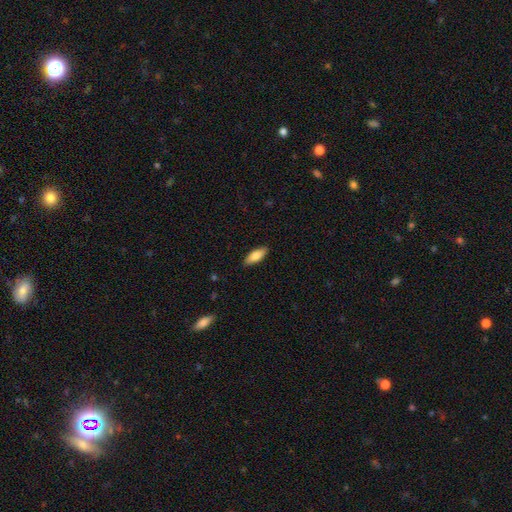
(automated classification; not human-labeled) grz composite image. It shows a smooth galaxy with no disk features (78%) that is in between round and cigar-shaped (70%). Merging: none (88%).